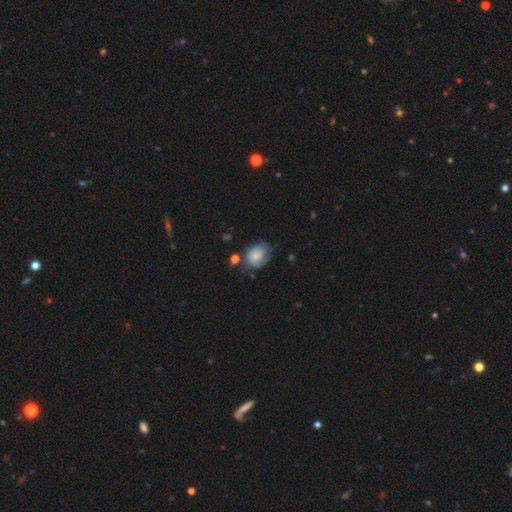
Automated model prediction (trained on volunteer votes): Overall: smooth (65%; featured or disk 27%). How rounded: in between (50%; round 49%). Merging: none (50%; minor disturbance 31%).